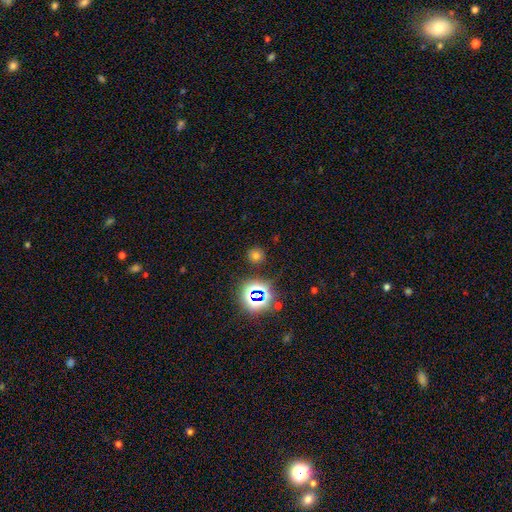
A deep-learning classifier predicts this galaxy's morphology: A smooth galaxy with no disk features (63%) that is round (90%).

Vote fractions:
- Smooth or featured? smooth: 63% / star or artifact: 29% / featured or disk: 8%
- How rounded? round: 90% / in between: 9% / cigar-shaped: 1%
- Merging? none: 86% / minor disturbance: 8% / major disturbance: 3% / merger: 3%